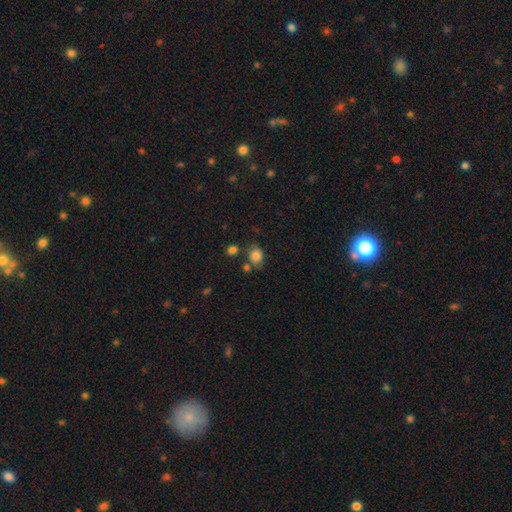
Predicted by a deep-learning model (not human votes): Smooth or featured?
  - smooth: 82% *
  - star or artifact: 11%
  - featured or disk: 7%
How rounded?
  - round: 60% *
  - in between: 39%
  - cigar-shaped: 1%
Merging?
  - none: 65% *
  - minor disturbance: 18%
  - merger: 12%
  - major disturbance: 5%